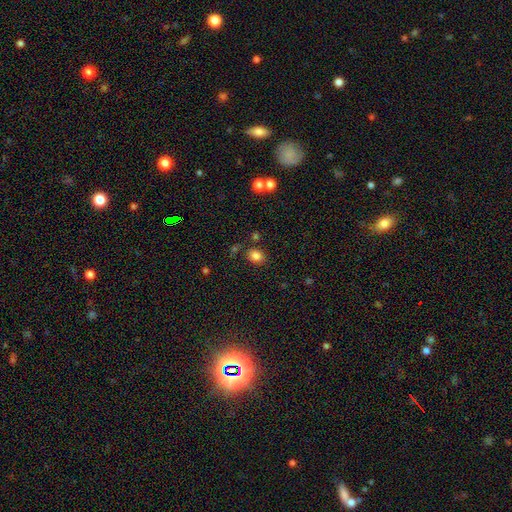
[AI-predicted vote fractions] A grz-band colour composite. It shows a smooth galaxy with no disk features (83%) that is in between round and cigar-shaped (53%). Merging: none (78%).